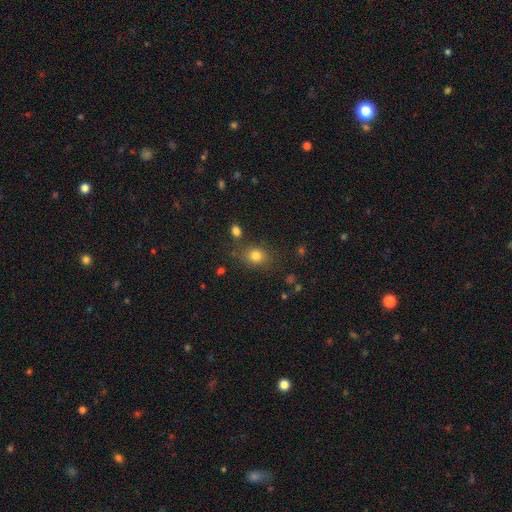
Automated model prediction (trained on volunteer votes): Smooth or featured?
  - smooth: 79% *
  - star or artifact: 13%
  - featured or disk: 8%
How rounded?
  - round: 55% *
  - in between: 44%
  - cigar-shaped: 1%
Merging?
  - none: 74% *
  - minor disturbance: 14%
  - merger: 6%
  - major disturbance: 5%